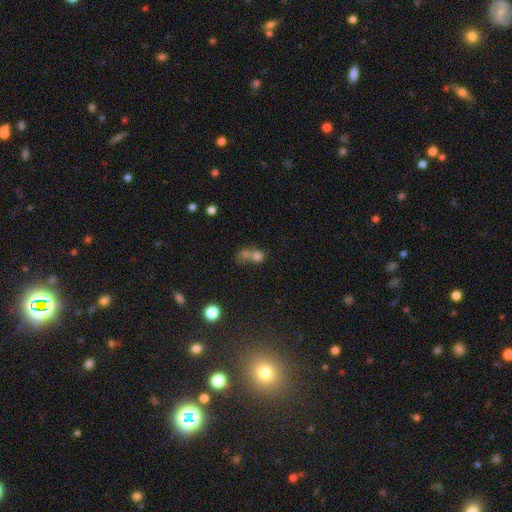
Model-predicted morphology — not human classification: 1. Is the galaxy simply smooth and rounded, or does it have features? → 68% smooth, 18% star or artifact, 15% featured or disk.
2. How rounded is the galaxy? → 71% round, 27% in between, 2% cigar-shaped.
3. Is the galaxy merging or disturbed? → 62% merger, 27% none, 6% minor disturbance, 5% major disturbance.